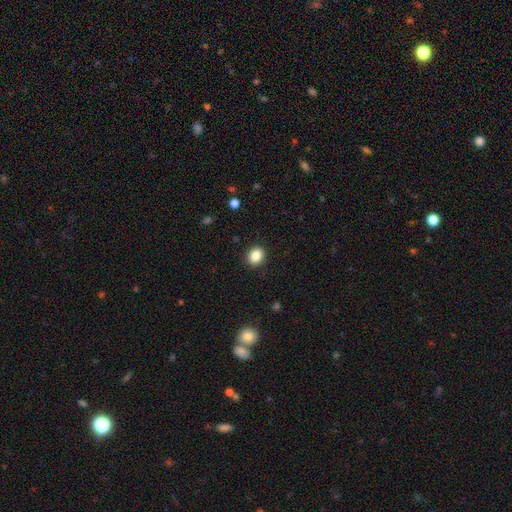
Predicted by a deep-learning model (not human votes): This is clearly a smooth galaxy (86%). How rounded: possibly round (59%). Merging: clearly none (90%).